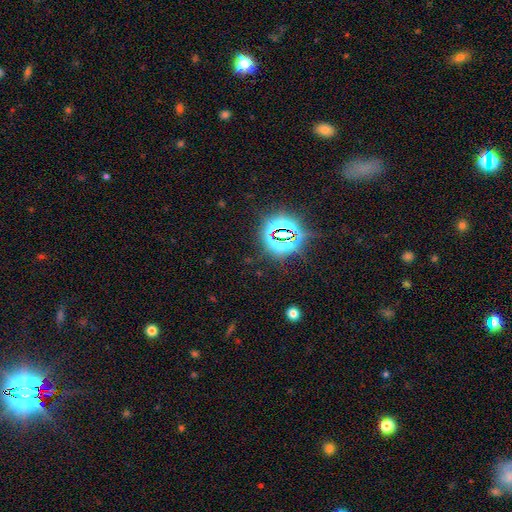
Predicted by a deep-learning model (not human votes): Smooth or featured?
  - star or artifact: 79% *
  - smooth: 13%
  - featured or disk: 7%